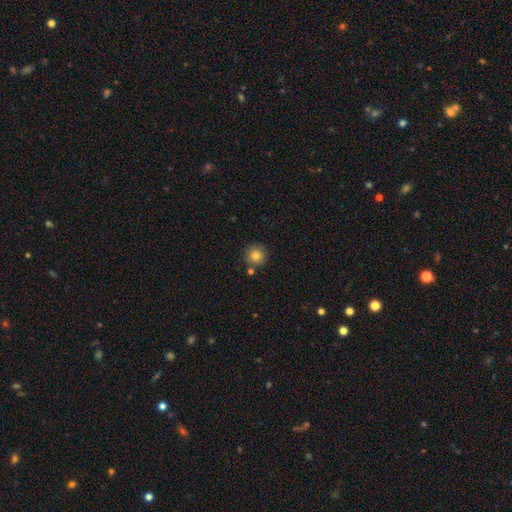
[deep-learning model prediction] This is clearly a smooth galaxy (81%). How rounded: clearly round (95%). Merging: clearly none (84%).